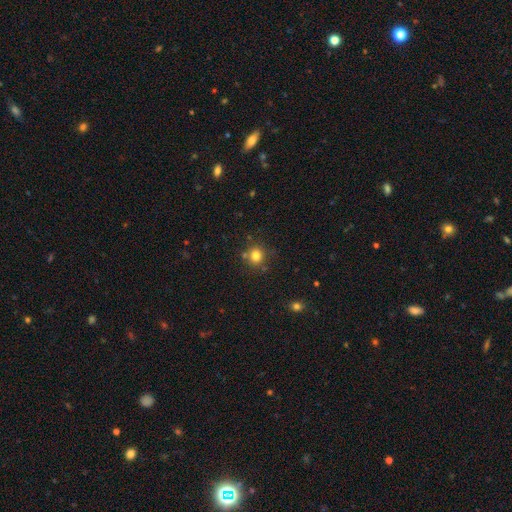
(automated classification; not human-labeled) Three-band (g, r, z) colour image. It shows a smooth galaxy with no disk features (79%) that is round (85%). Merging: none (75%).